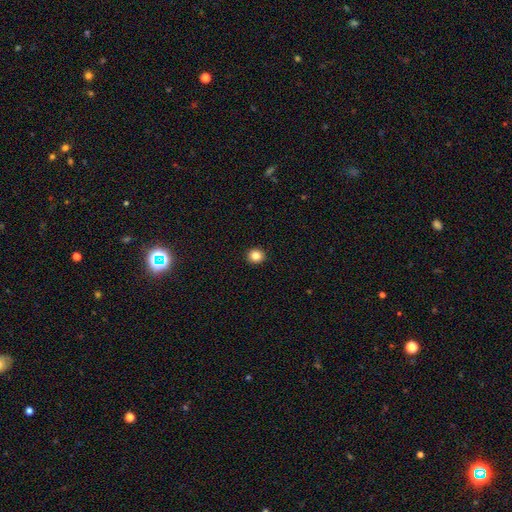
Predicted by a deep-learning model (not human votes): A smooth galaxy with no disk features (85%) that is round (85%). Merging: none (93%).